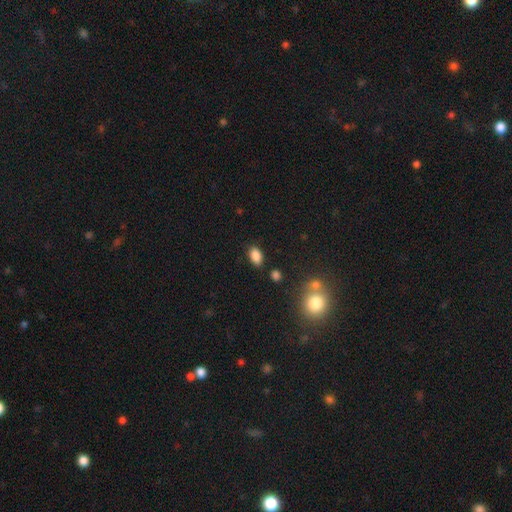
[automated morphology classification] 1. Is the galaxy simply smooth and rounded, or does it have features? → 86% smooth, 10% star or artifact, 4% featured or disk.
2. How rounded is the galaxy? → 89% in between, 8% round, 2% cigar-shaped.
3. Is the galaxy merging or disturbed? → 81% none, 13% minor disturbance, 3% major disturbance, 3% merger.